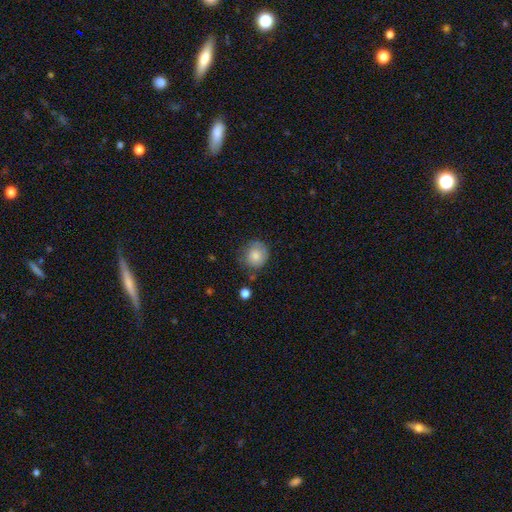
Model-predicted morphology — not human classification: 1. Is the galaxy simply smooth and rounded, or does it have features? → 81% smooth, 11% featured or disk, 8% star or artifact.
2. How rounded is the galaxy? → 86% round, 13% in between, 1% cigar-shaped.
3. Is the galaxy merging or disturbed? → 69% none, 23% minor disturbance, 6% major disturbance, 3% merger.